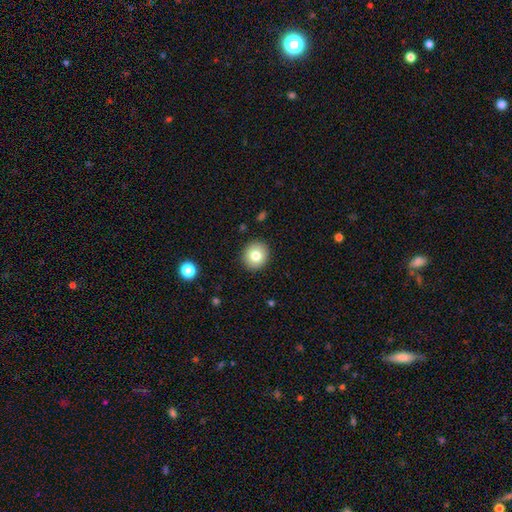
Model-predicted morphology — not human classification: Smooth or featured: smooth — 80% (featured or disk — 11%)
How rounded: round — 88% (in between — 11%)
Merging: none — 91% (minor disturbance — 6%)